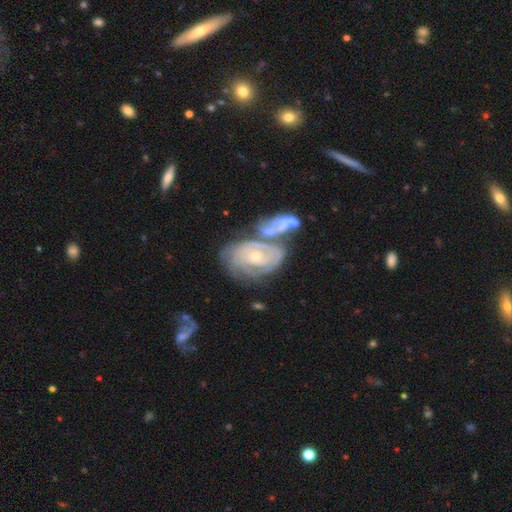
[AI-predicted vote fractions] Smooth or featured: featured or disk — 72% (smooth — 15%)
Edge-on disk: no — 92% (yes — 8%)
Bar: no — 59% (weak — 31%)
Spiral arms: yes — 85% (no — 15%)
Spiral winding: tight — 66% (medium — 26%)
Spiral arm count: can't tell — 45% (2 — 25%)
Bulge size: small — 58% (moderate — 38%)
Merging: none — 50% (merger — 29%)